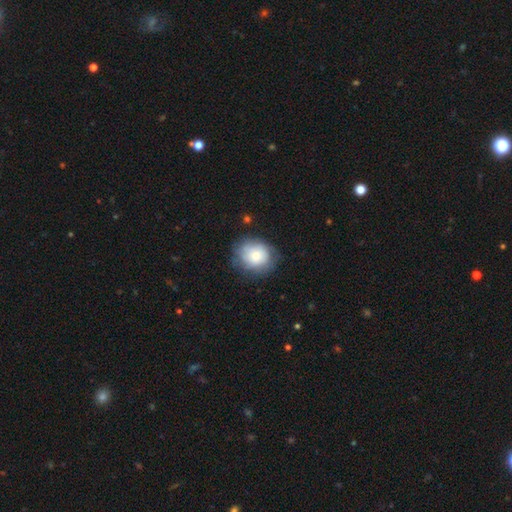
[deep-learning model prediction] smooth 71%, featured or disk 21%, star or artifact 8%. Down the decision tree: how rounded — round (69%); merging — none (71%).